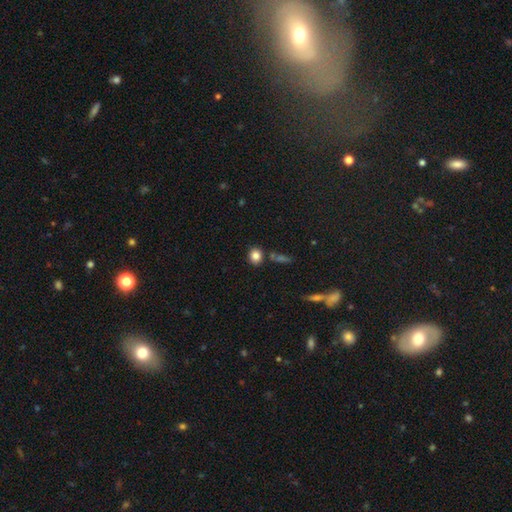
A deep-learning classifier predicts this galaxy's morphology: Overall: smooth (83%). How rounded: round (76%). Merging: none (77%).